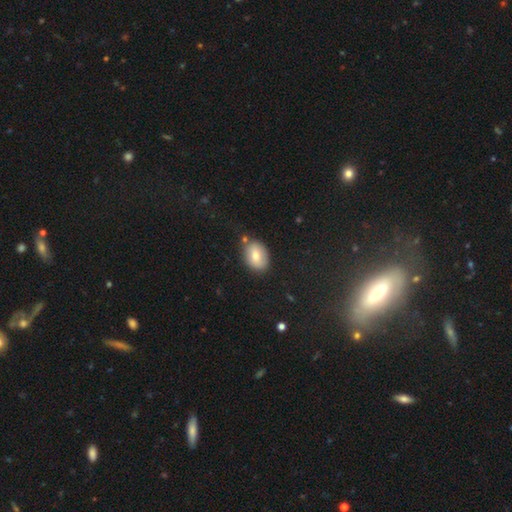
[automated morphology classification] Smooth or featured: smooth — 74% (featured or disk — 17%)
How rounded: in between — 78% (round — 21%)
Merging: none — 78% (minor disturbance — 14%)